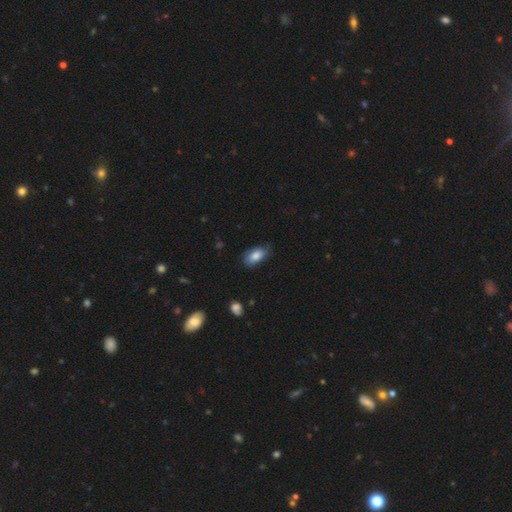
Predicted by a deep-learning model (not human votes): smooth_or_featured: smooth (p=0.78) [alt: featured or disk p=0.15]
how_rounded: in between (p=0.91) [alt: round p=0.05]
merging: none (p=0.62) [alt: minor disturbance p=0.30]